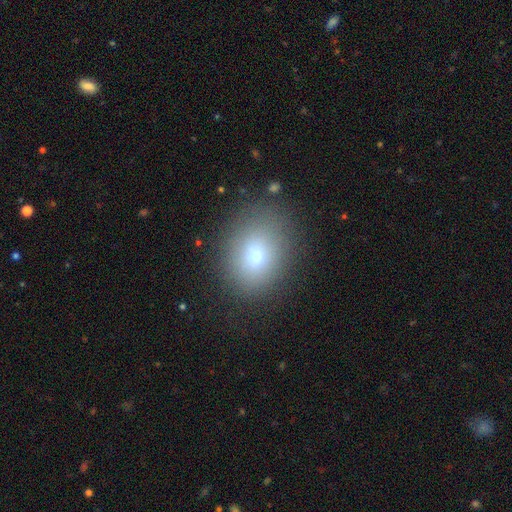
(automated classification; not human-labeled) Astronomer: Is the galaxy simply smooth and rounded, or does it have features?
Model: smooth — 77%.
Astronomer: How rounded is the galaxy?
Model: in between — 65%.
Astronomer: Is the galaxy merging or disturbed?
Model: none — 78%.